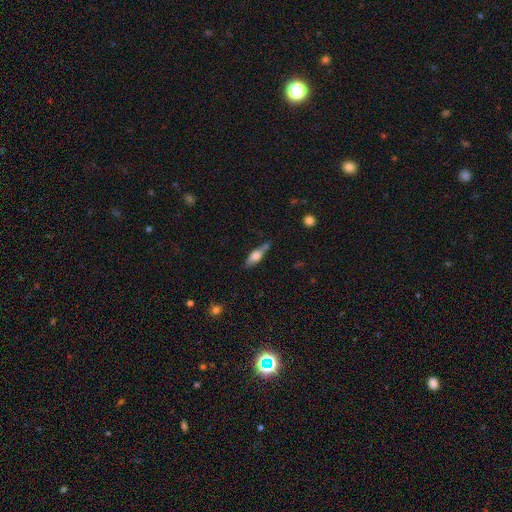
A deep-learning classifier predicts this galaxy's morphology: smooth 55%, featured or disk 38%, star or artifact 7%. Down the decision tree: how rounded — in between (54%); merging — none (61%).